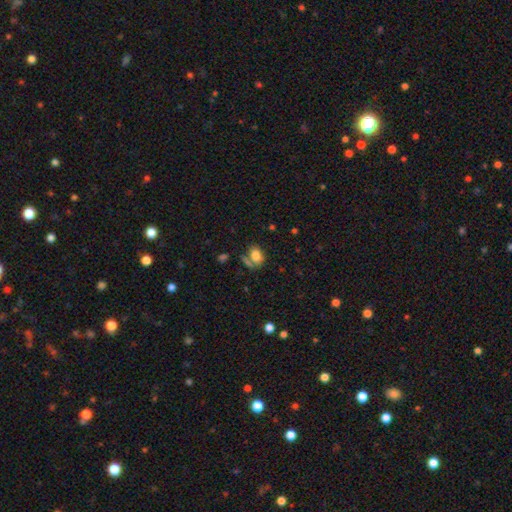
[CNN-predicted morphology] smooth_or_featured: smooth (p=0.80) [alt: star or artifact p=0.10]
how_rounded: in between (p=0.78) [alt: round p=0.20]
merging: none (p=0.53) [alt: merger p=0.22]